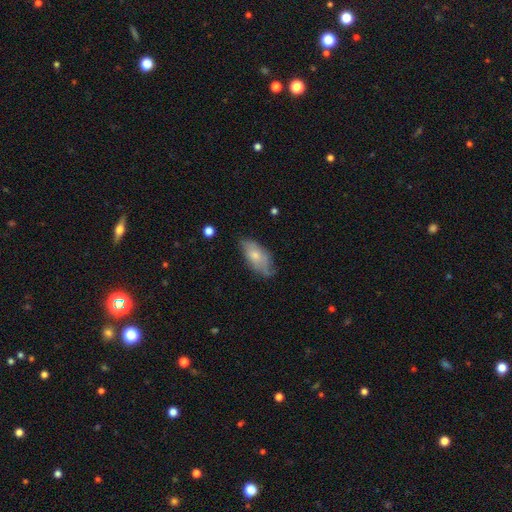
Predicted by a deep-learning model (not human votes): A smooth galaxy with no disk features (64%) that is in between round and cigar-shaped (89%).

Vote fractions:
- Smooth or featured? smooth: 64% / featured or disk: 30% / star or artifact: 6%
- How rounded? in between: 89% / cigar-shaped: 8% / round: 3%
- Merging? none: 57% / minor disturbance: 33% / major disturbance: 9% / merger: 2%